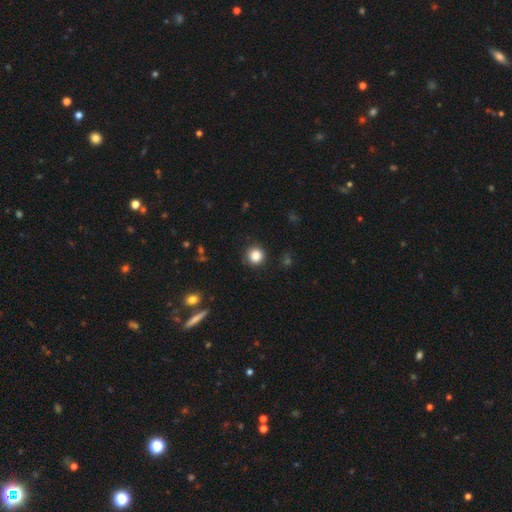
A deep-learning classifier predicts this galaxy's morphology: This appears to be a smooth galaxy with no disk features (86%) that is round (94%). Merging: none (90%).